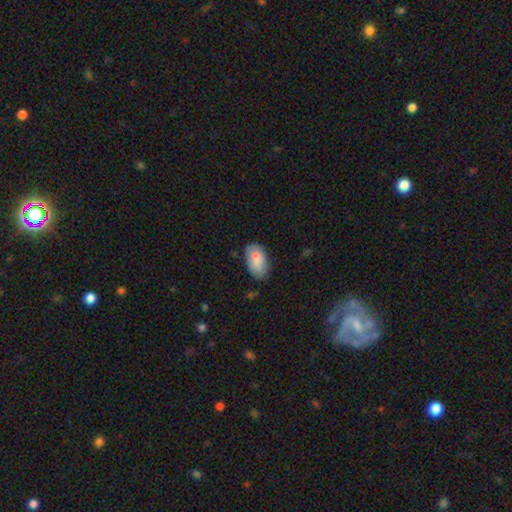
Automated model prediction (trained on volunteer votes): Morphology: type=smooth (82%); roundness=in between (94%); merging=none (68%).